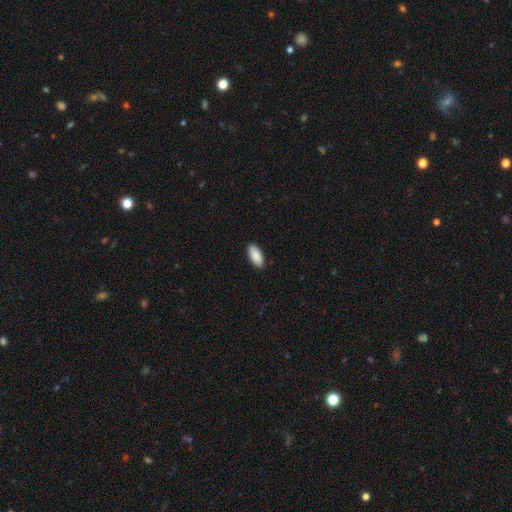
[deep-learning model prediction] Smooth or featured?
  - smooth: 90% *
  - star or artifact: 6%
  - featured or disk: 4%
How rounded?
  - in between: 89% *
  - cigar-shaped: 10%
  - round: 2%
Merging?
  - none: 90% *
  - minor disturbance: 7%
  - major disturbance: 2%
  - merger: 1%